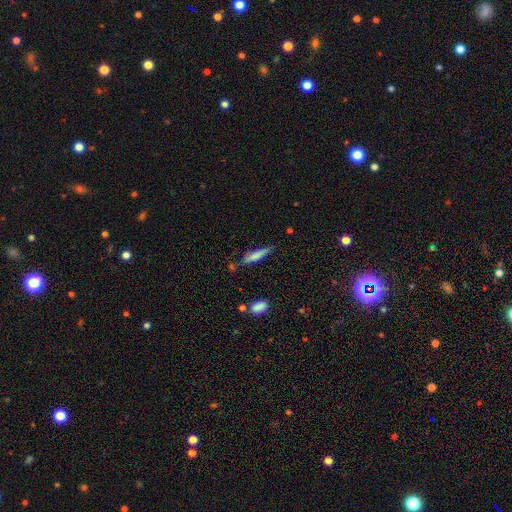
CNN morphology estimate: smooth_or_featured: smooth (p=0.73) [alt: featured or disk p=0.21]
how_rounded: cigar-shaped (p=0.83) [alt: in between p=0.16]
merging: none (p=0.63) [alt: minor disturbance p=0.26]